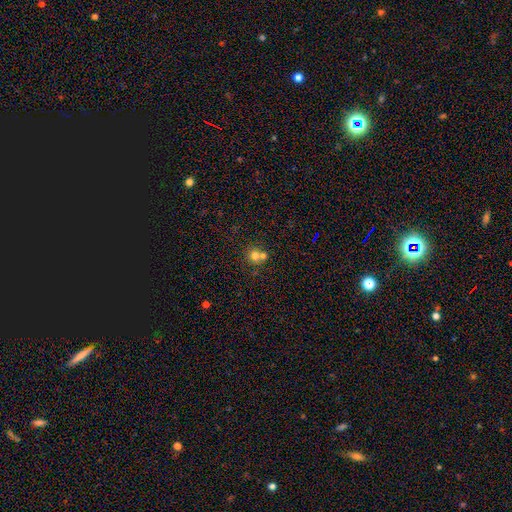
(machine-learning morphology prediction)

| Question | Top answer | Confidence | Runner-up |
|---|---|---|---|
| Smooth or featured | smooth | 72% | star or artifact (14%) |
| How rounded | round | 88% | in between (11%) |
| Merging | merger | 47% | none (44%) |